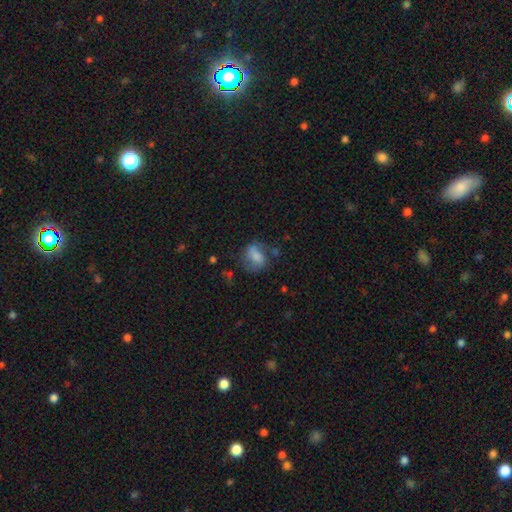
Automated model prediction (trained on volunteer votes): The model was most divided on "smooth or featured": smooth: 53%, featured or disk: 37%, star or artifact: 10%. Remaining: how rounded — in between (64%); merging — none (47%).